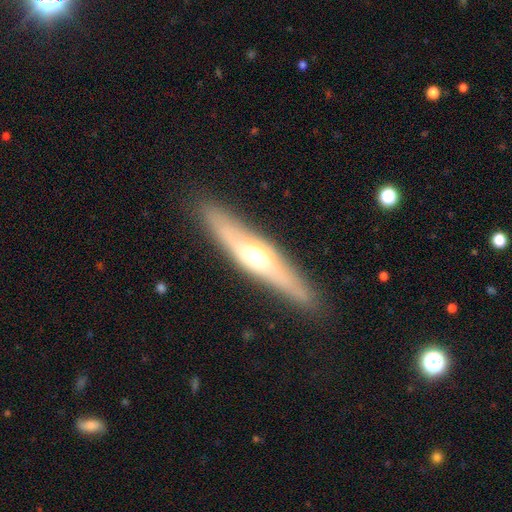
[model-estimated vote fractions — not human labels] Smooth or featured? featured or disk (61%)
Edge-on disk? yes (81%)
Merging? none (87%)